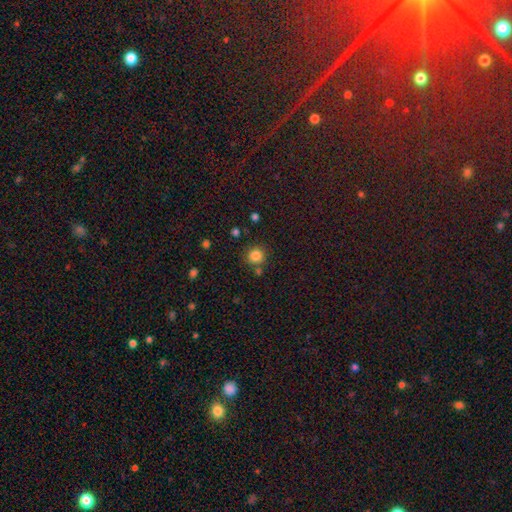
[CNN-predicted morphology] Overall: smooth (83%). How rounded: round (93%). Merging: none (79%).